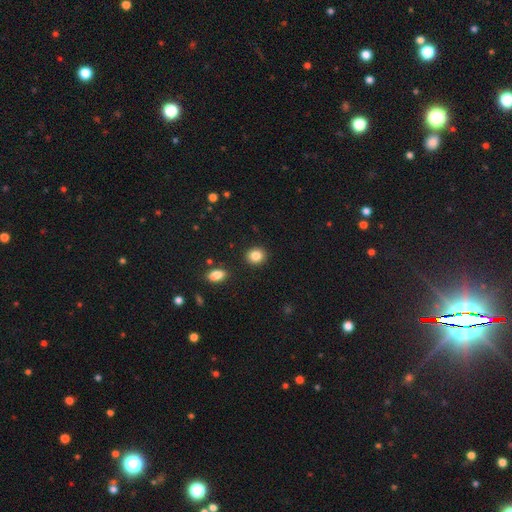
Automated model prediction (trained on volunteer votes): This appears to be a smooth galaxy with no disk features (86%) that is round (80%). Merging: none (91%).